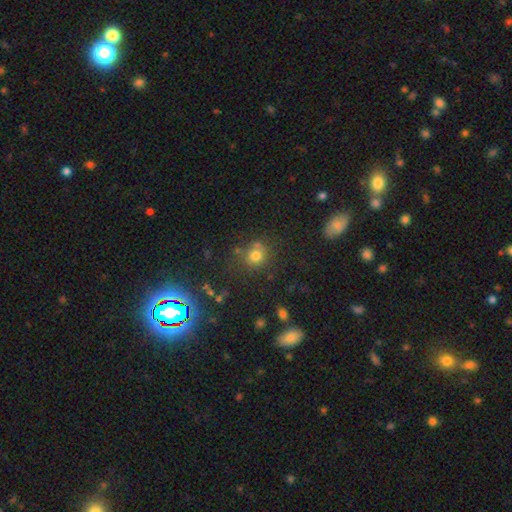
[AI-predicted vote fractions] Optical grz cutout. It shows a smooth galaxy with no disk features (72%) that is round (85%). Merging: none (70%).